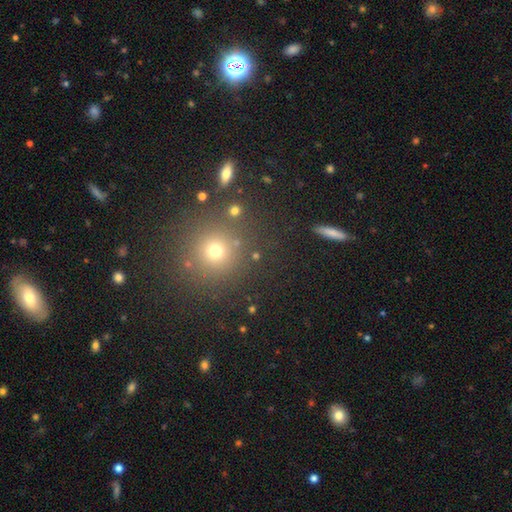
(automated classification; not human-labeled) Morphology: type=smooth (61%); roundness=round (90%); merging=none (83%).